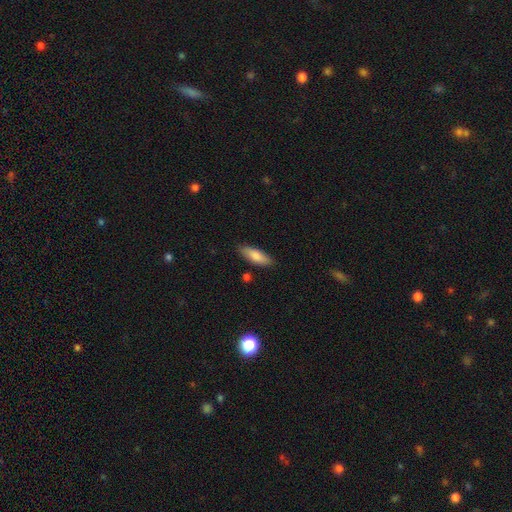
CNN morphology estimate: smooth 81%, featured or disk 13%, star or artifact 6%. Down the decision tree: how rounded — in between (58%); merging — none (84%).